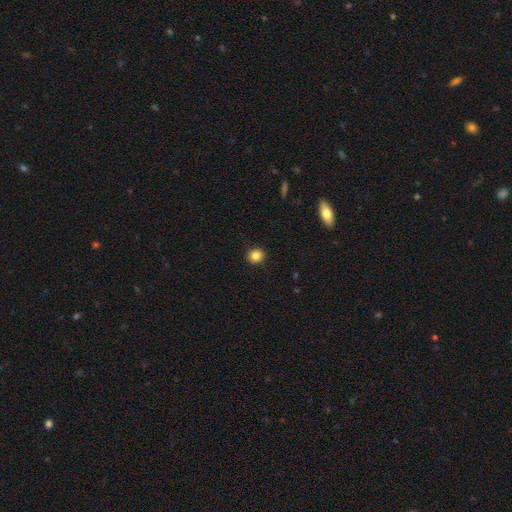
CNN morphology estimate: Q: Smooth or featured?
A: smooth (85%); runner-up: star or artifact (11%)
Q: How rounded?
A: round (89%); runner-up: in between (10%)
Q: Merging?
A: none (91%); runner-up: minor disturbance (6%)